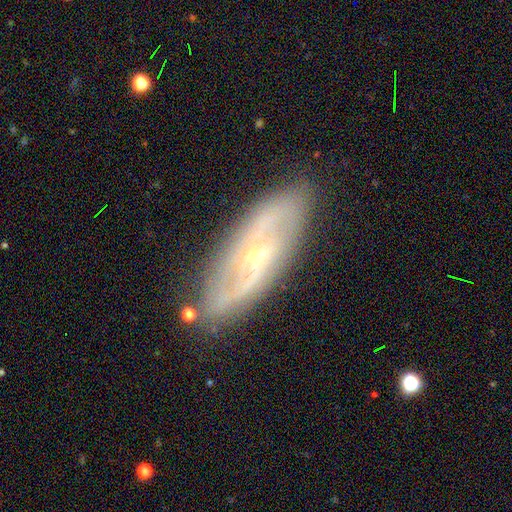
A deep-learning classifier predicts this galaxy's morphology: featured or disk 78%, smooth 14%, star or artifact 7%. Down the decision tree: edge-on disk — no (86%); bar — no (43%); spiral arms — yes (86%); spiral arm count — 2 (76%); spiral winding — loose (41%); bulge size — small (78%); merging — none (82%).